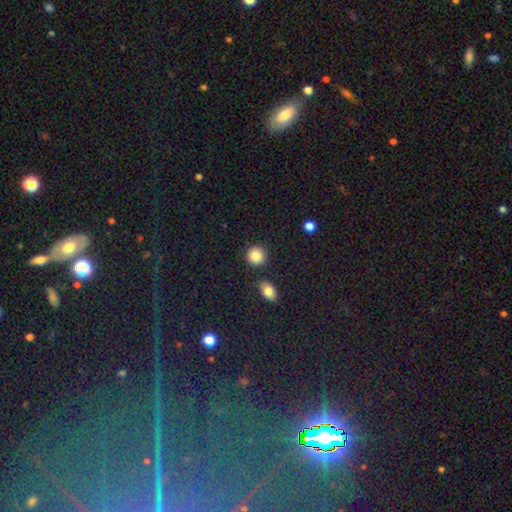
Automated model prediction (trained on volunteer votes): Smooth or featured: smooth — 85% (star or artifact — 9%)
How rounded: round — 89% (in between — 10%)
Merging: none — 87% (minor disturbance — 7%)